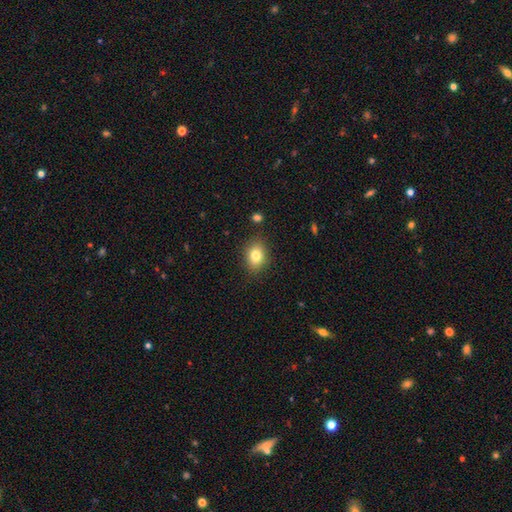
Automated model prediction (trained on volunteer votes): smooth-or-featured: smooth: 81% | star or artifact: 10% | featured or disk: 9%
  how-rounded: in between: 63% | round: 36% | cigar-shaped: 1%
  merging: none: 86% | minor disturbance: 10% | major disturbance: 3% | merger: 2%